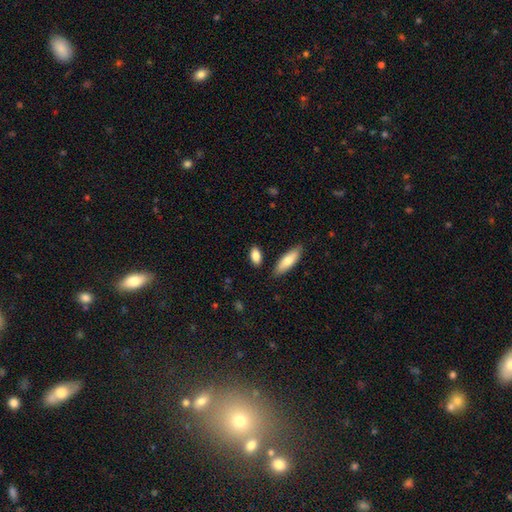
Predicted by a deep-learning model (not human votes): Smooth or featured? Predicted: smooth (p=0.83). How rounded? Predicted: in between (p=0.82). Merging? Predicted: none (p=0.83).